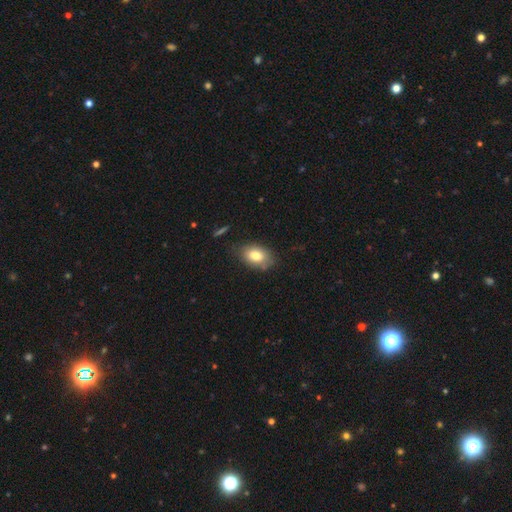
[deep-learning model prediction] Smooth or featured? smooth (79%)
How rounded? in between (88%)
Merging? none (77%)